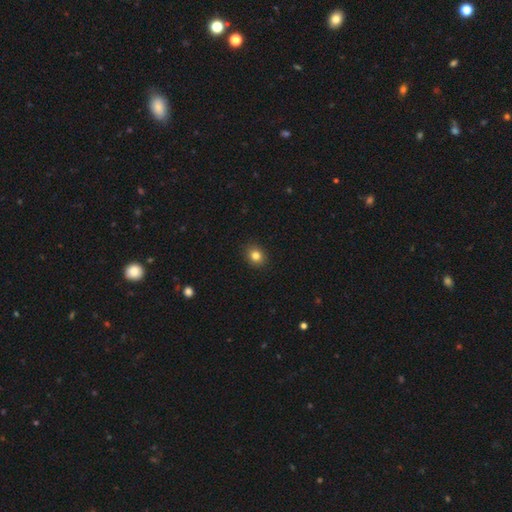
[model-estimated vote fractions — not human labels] Smooth or featured? Predicted: smooth (p=0.82). How rounded? Predicted: round (p=0.69). Merging? Predicted: none (p=0.91).